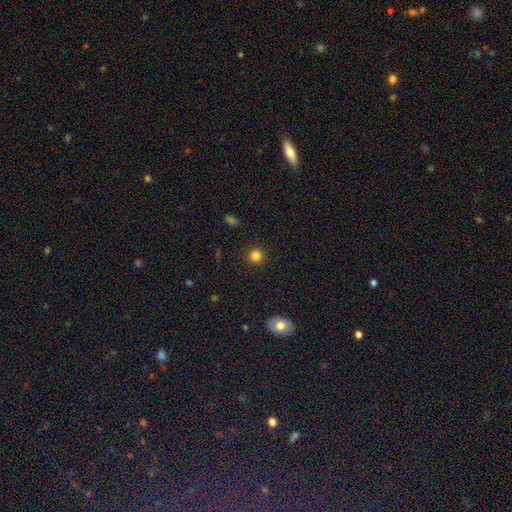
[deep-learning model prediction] Smooth or featured: smooth — 82% (star or artifact — 13%)
How rounded: round — 93% (in between — 6%)
Merging: none — 91% (minor disturbance — 5%)